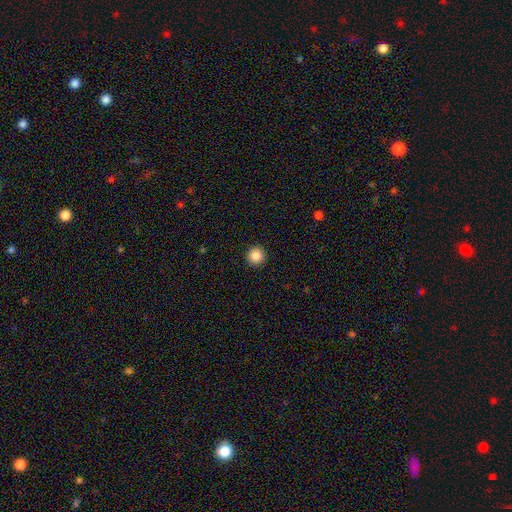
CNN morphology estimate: A smooth galaxy with no disk features (87%) that is round (96%). Merging: none (93%).